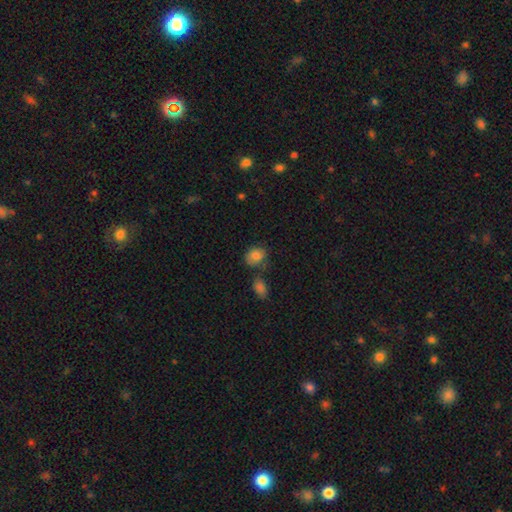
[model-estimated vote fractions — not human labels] Overall: smooth (83%). How rounded: round (49%, tied with in between). Merging: none (55%; minor disturbance 21%).